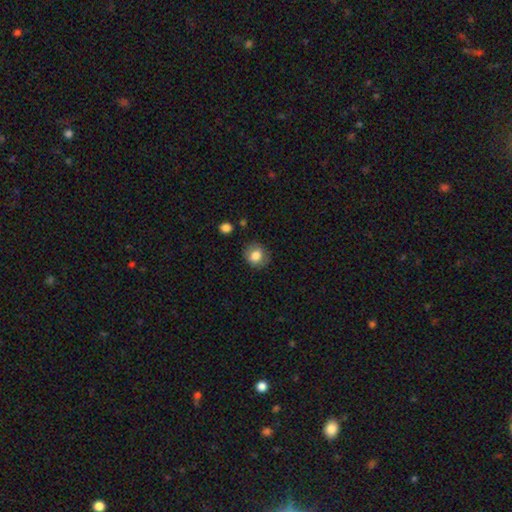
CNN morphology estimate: type=smooth (82%); roundness=round (74%); merging=none (82%).